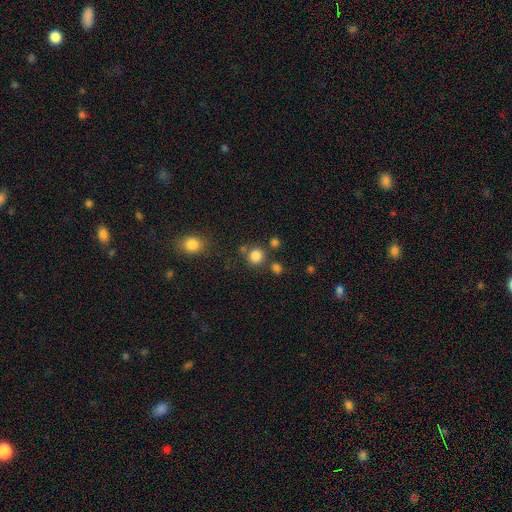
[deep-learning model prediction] A smooth galaxy with no disk features (82%) that is round (89%).

Vote fractions:
- Smooth or featured? smooth: 82% / star or artifact: 13% / featured or disk: 5%
- How rounded? round: 89% / in between: 10% / cigar-shaped: 1%
- Merging? none: 76% / merger: 12% / minor disturbance: 9% / major disturbance: 4%